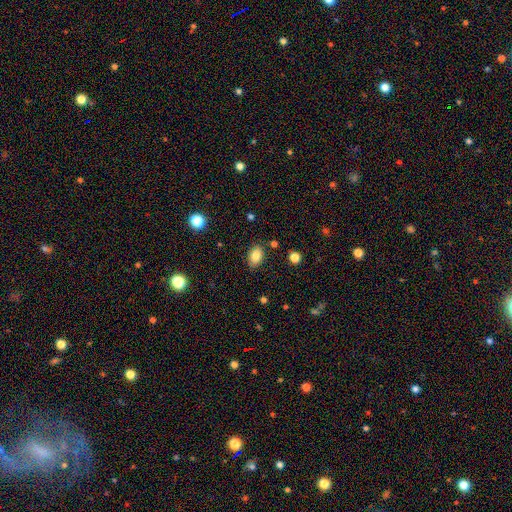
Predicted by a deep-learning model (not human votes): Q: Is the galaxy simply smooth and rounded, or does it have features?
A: smooth — 83%.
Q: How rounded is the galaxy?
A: in between — 87%.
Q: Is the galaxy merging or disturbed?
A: none — 85%.